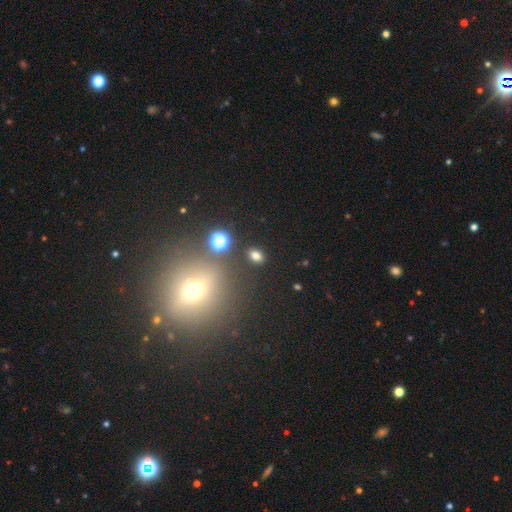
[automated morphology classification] A smooth galaxy with no disk features (73%) that is in between round and cigar-shaped (71%).

Vote fractions:
- Smooth or featured? smooth: 73% / star or artifact: 19% / featured or disk: 7%
- How rounded? in between: 71% / round: 27% / cigar-shaped: 2%
- Merging? none: 85% / minor disturbance: 8% / merger: 4% / major disturbance: 3%